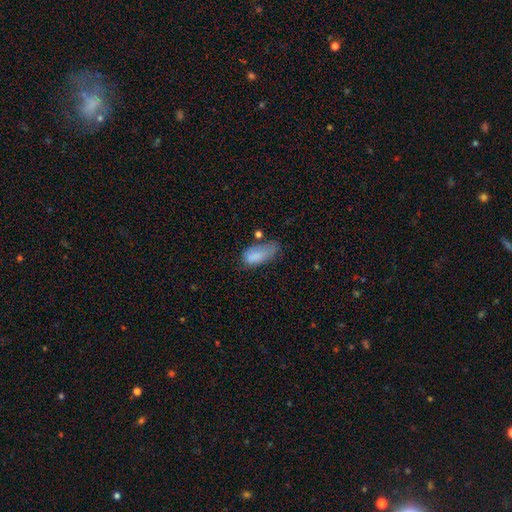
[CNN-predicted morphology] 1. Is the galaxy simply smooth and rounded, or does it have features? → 80% smooth, 12% featured or disk, 8% star or artifact.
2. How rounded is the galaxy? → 87% in between, 10% cigar-shaped, 3% round.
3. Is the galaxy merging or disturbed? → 36% minor disturbance, 35% none, 22% major disturbance, 7% merger.